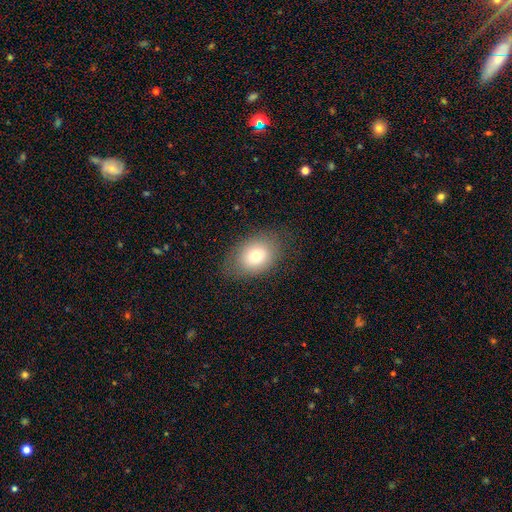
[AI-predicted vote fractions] smooth_or_featured: smooth (p=0.74) [alt: featured or disk p=0.15]
how_rounded: in between (p=0.65) [alt: round p=0.34]
merging: none (p=0.78) [alt: minor disturbance p=0.15]